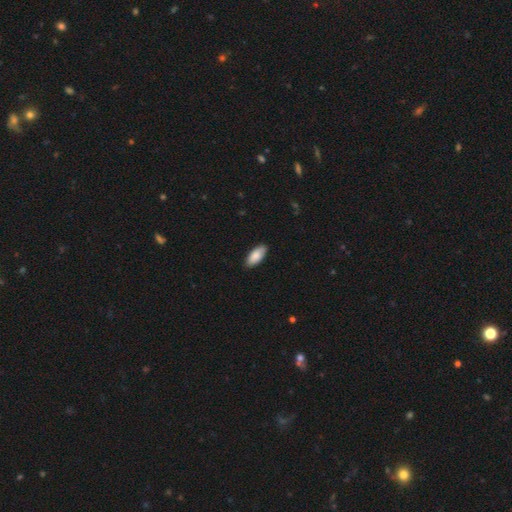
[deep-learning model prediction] smooth-or-featured: smooth: 86% | featured or disk: 8% | star or artifact: 5%
  how-rounded: in between: 88% | cigar-shaped: 10% | round: 2%
  merging: none: 88% | minor disturbance: 10% | major disturbance: 2% | merger: 1%